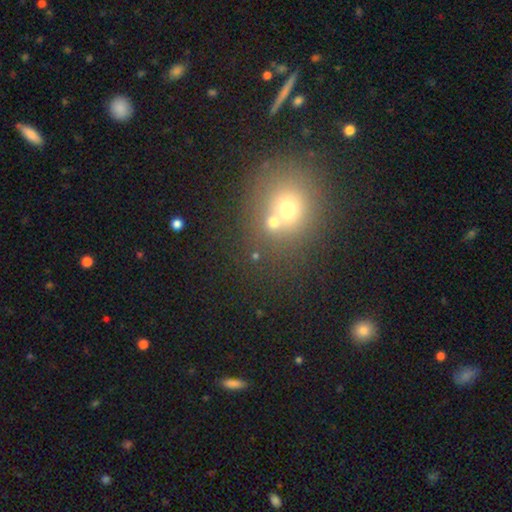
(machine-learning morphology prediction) smooth-or-featured: smooth: 59% | star or artifact: 26% | featured or disk: 15%
  how-rounded: round: 78% | in between: 21% | cigar-shaped: 1%
  merging: none: 50% | merger: 38% | minor disturbance: 8% | major disturbance: 4%